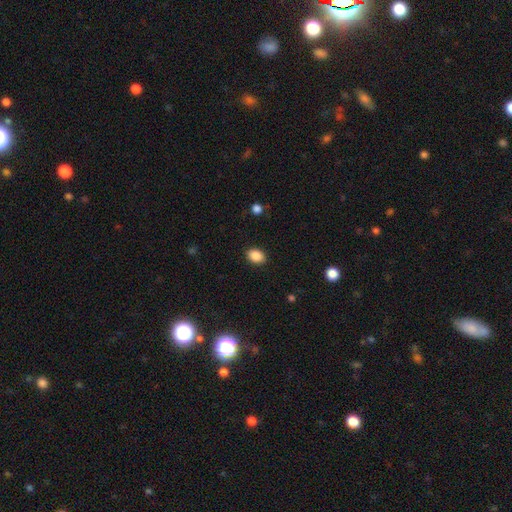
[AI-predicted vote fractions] This appears to be a smooth galaxy with no disk features (88%) that is in between round and cigar-shaped (70%). Merging: none (89%).